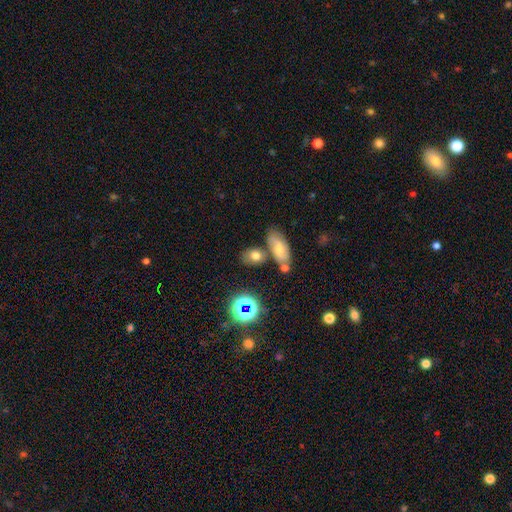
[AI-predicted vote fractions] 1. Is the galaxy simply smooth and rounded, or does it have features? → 67% smooth, 18% star or artifact, 15% featured or disk.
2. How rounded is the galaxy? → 67% in between, 29% round, 4% cigar-shaped.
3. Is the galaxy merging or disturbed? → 61% none, 20% merger, 14% minor disturbance, 5% major disturbance.